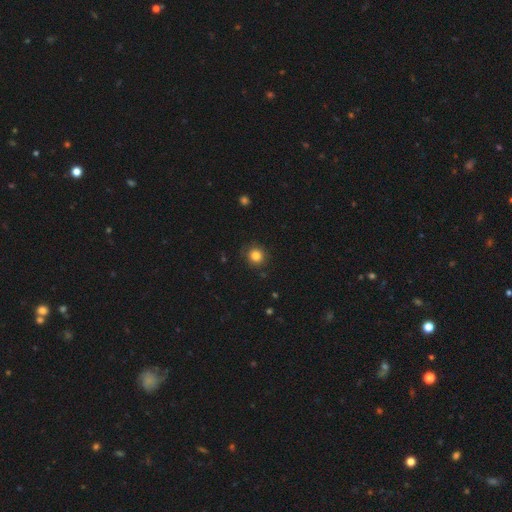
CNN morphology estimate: Smooth or featured: smooth — 83% (star or artifact — 11%)
How rounded: round — 91% (in between — 9%)
Merging: none — 86% (minor disturbance — 10%)